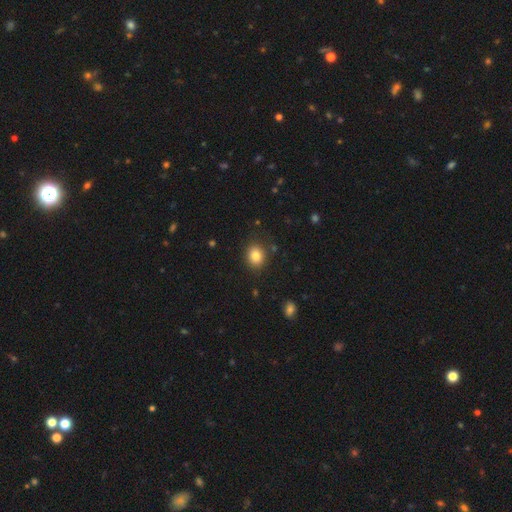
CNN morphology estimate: Smooth or featured: smooth — 84% (star or artifact — 10%)
How rounded: round — 58% (in between — 41%)
Merging: none — 86% (minor disturbance — 10%)